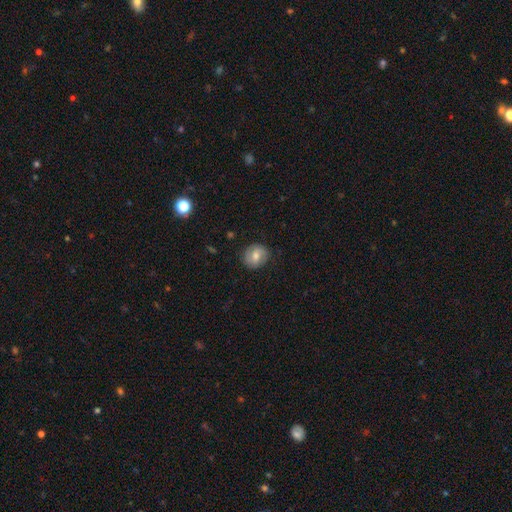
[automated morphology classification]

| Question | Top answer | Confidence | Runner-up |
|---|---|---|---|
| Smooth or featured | smooth | 60% | featured or disk (32%) |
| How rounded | round | 73% | in between (26%) |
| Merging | none | 83% | minor disturbance (12%) |